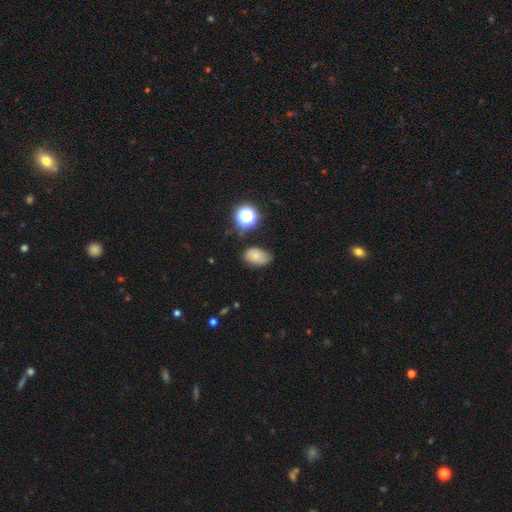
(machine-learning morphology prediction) Smooth or featured?
  - smooth: 74% *
  - star or artifact: 14%
  - featured or disk: 12%
How rounded?
  - in between: 86% *
  - round: 13%
  - cigar-shaped: 1%
Merging?
  - none: 67% *
  - minor disturbance: 24%
  - major disturbance: 6%
  - merger: 3%